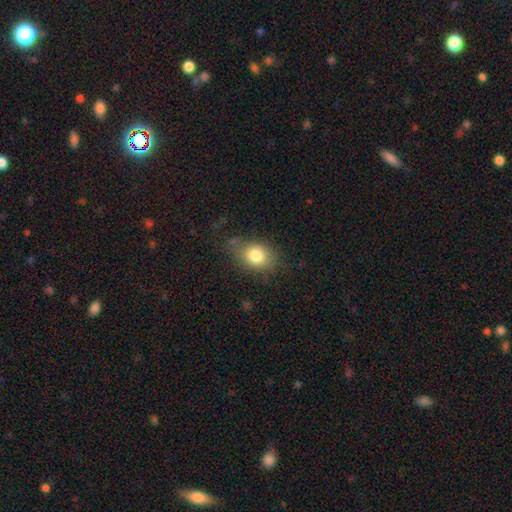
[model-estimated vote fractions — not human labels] A smooth galaxy with no disk features (80%) that is in between round and cigar-shaped (67%).

Vote fractions:
- Smooth or featured? smooth: 80% / featured or disk: 11% / star or artifact: 9%
- How rounded? in between: 67% / round: 32% / cigar-shaped: 1%
- Merging? none: 68% / minor disturbance: 22% / major disturbance: 8% / merger: 2%